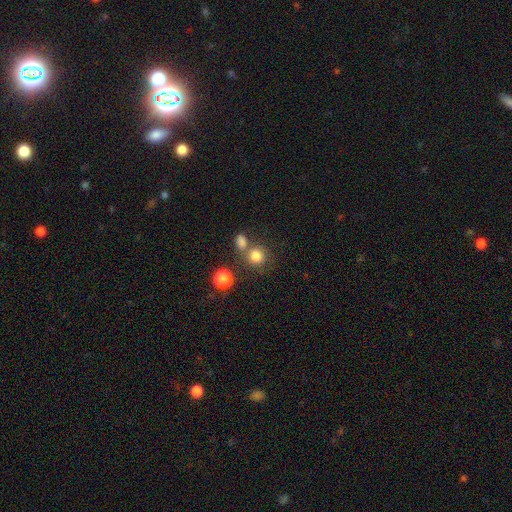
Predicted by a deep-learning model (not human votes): Smooth or featured?
  - smooth: 79% *
  - star or artifact: 14%
  - featured or disk: 8%
How rounded?
  - round: 88% *
  - in between: 11%
  - cigar-shaped: 1%
Merging?
  - none: 62% *
  - merger: 25%
  - minor disturbance: 9%
  - major disturbance: 4%